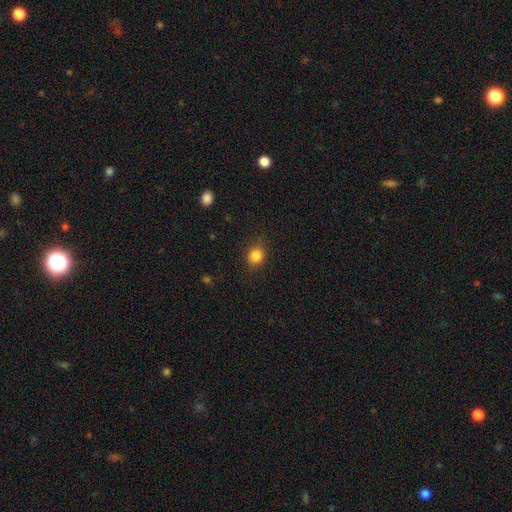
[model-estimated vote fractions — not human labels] Morphology: type=smooth (85%); roundness=round (73%); merging=none (85%).